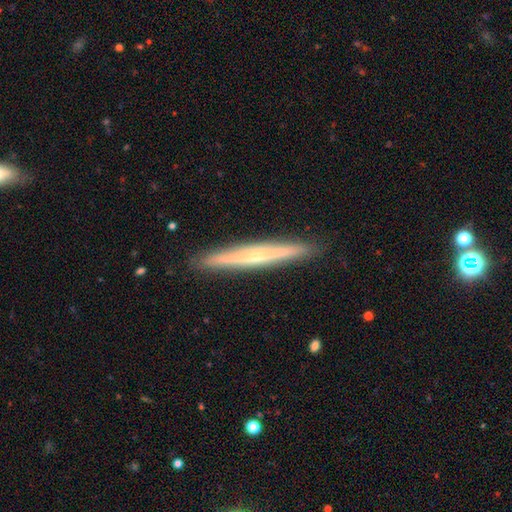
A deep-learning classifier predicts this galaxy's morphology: featured or disk 65%, smooth 29%, star or artifact 6%. Down the decision tree: edge-on disk — yes (97%); edge-on bulge — rounded (55%); merging — none (92%).